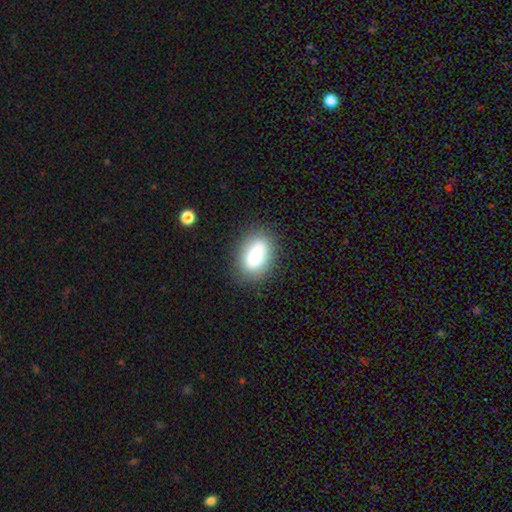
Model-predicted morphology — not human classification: A smooth galaxy with no disk features (77%) that is in between round and cigar-shaped (83%).

Vote fractions:
- Smooth or featured? smooth: 77% / featured or disk: 14% / star or artifact: 9%
- How rounded? in between: 83% / round: 14% / cigar-shaped: 3%
- Merging? none: 78% / minor disturbance: 14% / major disturbance: 4% / merger: 3%